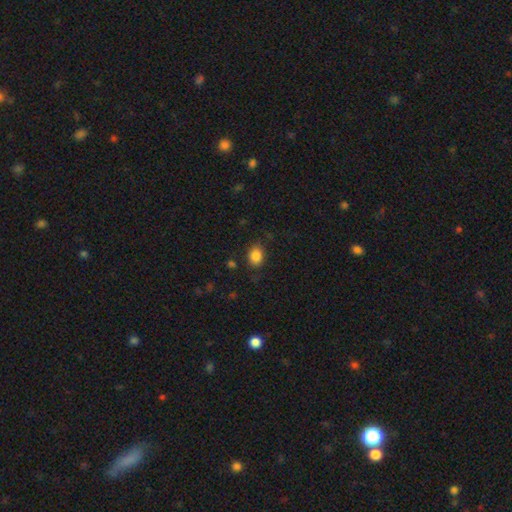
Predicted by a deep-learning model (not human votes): This is clearly a smooth galaxy (85%). How rounded: likely in between (61%). Merging: likely none (80%).